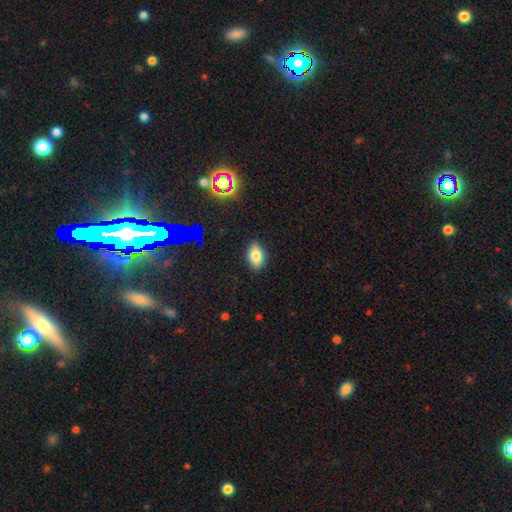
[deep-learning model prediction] Overall: smooth (78%). How rounded: in between (87%). Merging: none (87%).